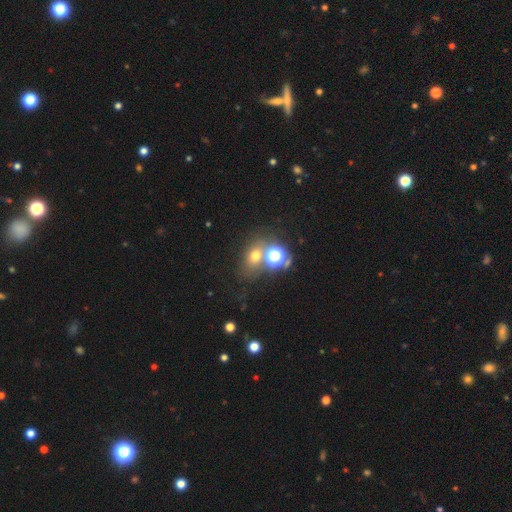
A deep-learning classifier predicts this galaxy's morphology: type=smooth (57%); roundness=round (51%); merging=none (55%).